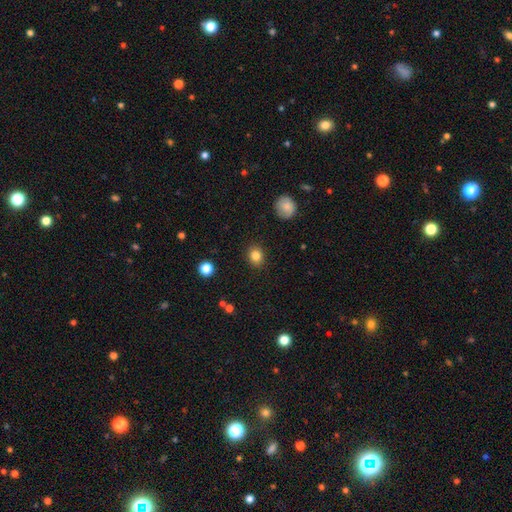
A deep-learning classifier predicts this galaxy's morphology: Smooth or featured: smooth — 84% (star or artifact — 10%)
How rounded: round — 62% (in between — 37%)
Merging: none — 89% (minor disturbance — 7%)